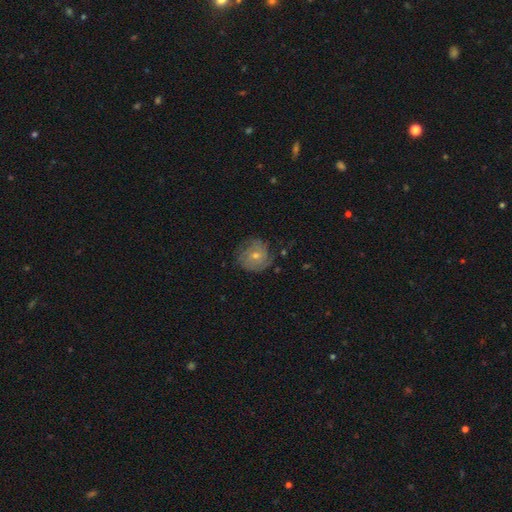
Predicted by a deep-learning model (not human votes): Overall: featured or disk (50%; smooth 37%). Merging: none (77%).